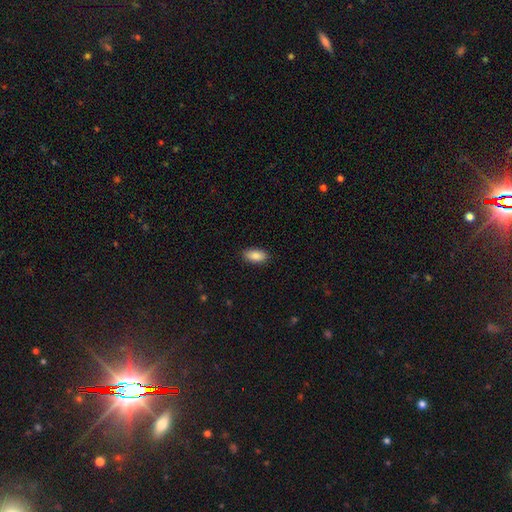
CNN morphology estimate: type=smooth (88%); roundness=in between (92%); merging=none (88%).